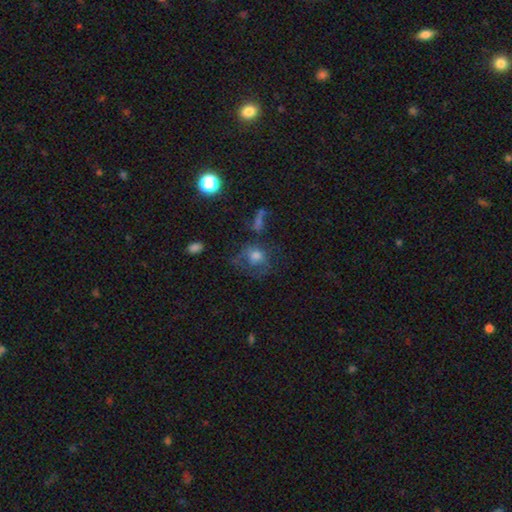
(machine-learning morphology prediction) smooth_or_featured: smooth (p=0.52) [alt: featured or disk p=0.31]
how_rounded: round (p=0.68) [alt: in between p=0.31]
merging: none (p=0.42) [alt: major disturbance p=0.32]